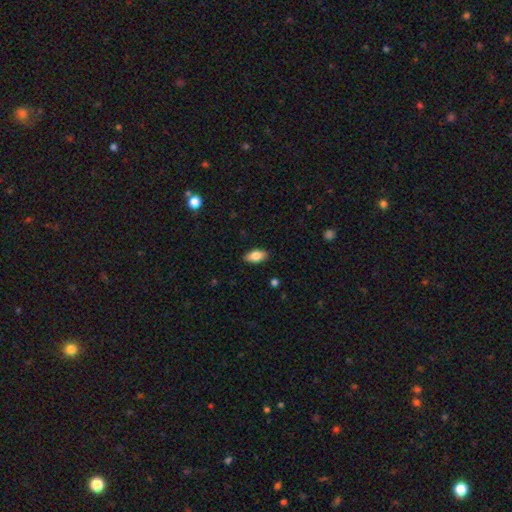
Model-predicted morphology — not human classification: smooth-or-featured: smooth: 82% | featured or disk: 11% | star or artifact: 7%
  how-rounded: in between: 91% | cigar-shaped: 6% | round: 3%
  merging: none: 88% | minor disturbance: 9% | major disturbance: 2% | merger: 1%